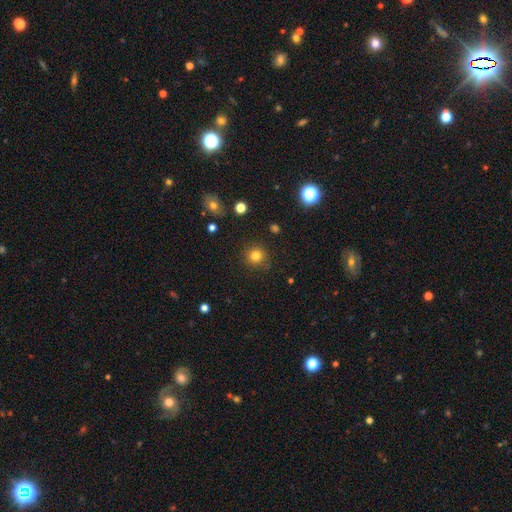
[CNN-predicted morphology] This is clearly a smooth galaxy (81%). How rounded: clearly round (93%). Merging: clearly none (88%).